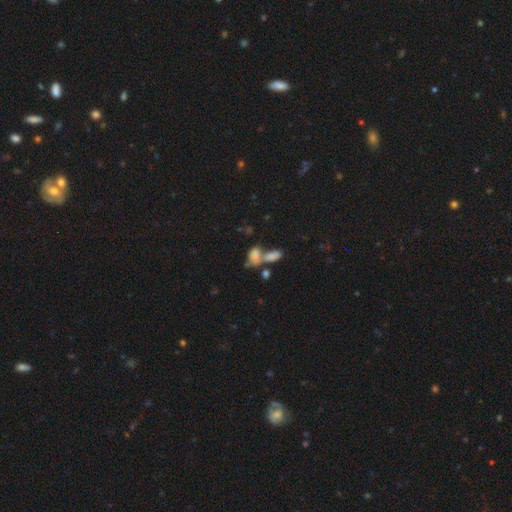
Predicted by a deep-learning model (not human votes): smooth_or_featured: smooth (p=0.73) [alt: featured or disk p=0.16]
how_rounded: in between (p=0.86) [alt: round p=0.10]
merging: merger (p=0.60) [alt: none p=0.22]